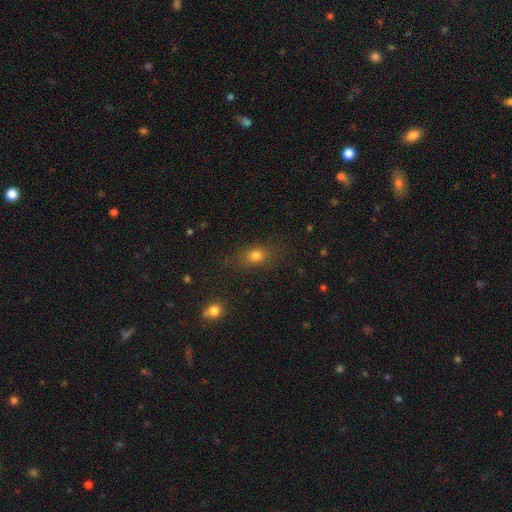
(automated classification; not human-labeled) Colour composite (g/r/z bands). It shows a smooth galaxy with no disk features (75%) that is in between round and cigar-shaped (59%). Merging: none (78%).